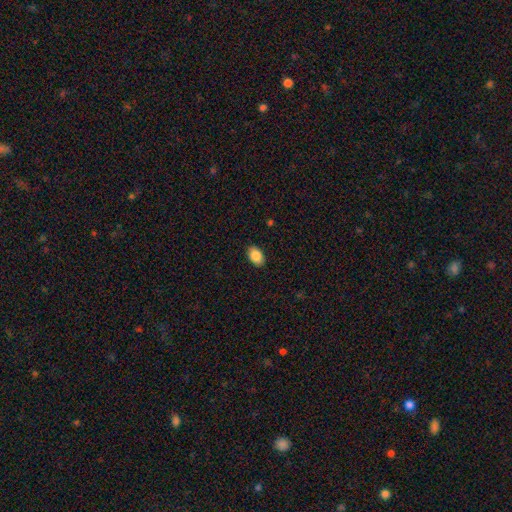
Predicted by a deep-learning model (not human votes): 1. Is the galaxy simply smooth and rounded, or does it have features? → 88% smooth, 7% star or artifact, 4% featured or disk.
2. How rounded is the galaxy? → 89% in between, 10% round, 1% cigar-shaped.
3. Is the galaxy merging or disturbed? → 89% none, 8% minor disturbance, 2% major disturbance, 1% merger.